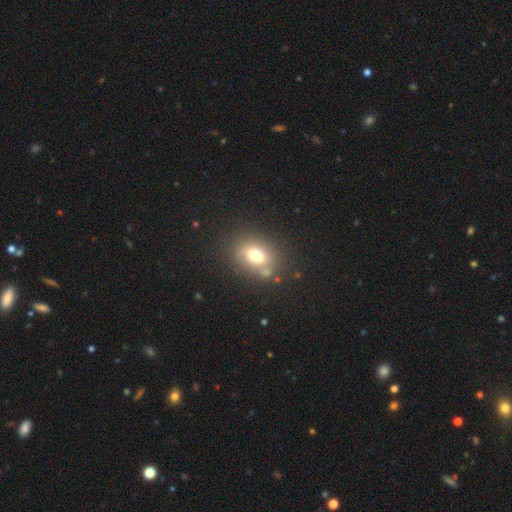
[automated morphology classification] The model was most divided on "how rounded": in between: 60%, round: 38%, cigar-shaped: 1%. More confident: merging — none (72%); smooth or featured — smooth (71%).